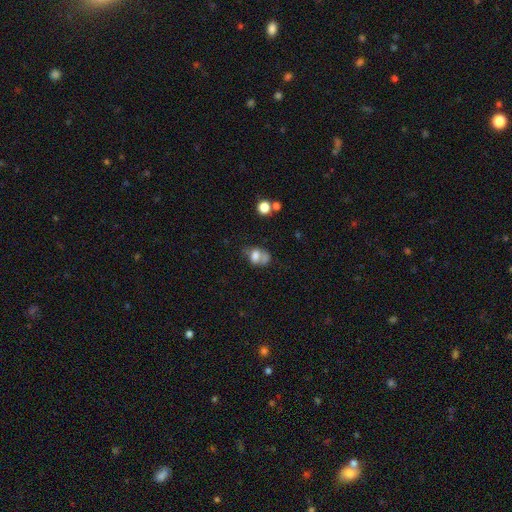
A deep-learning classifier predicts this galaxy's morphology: smooth-or-featured: smooth: 63% | featured or disk: 23% | star or artifact: 13%
  how-rounded: in between: 68% | round: 31% | cigar-shaped: 1%
  merging: merger: 32% | none: 26% | major disturbance: 22% | minor disturbance: 20%